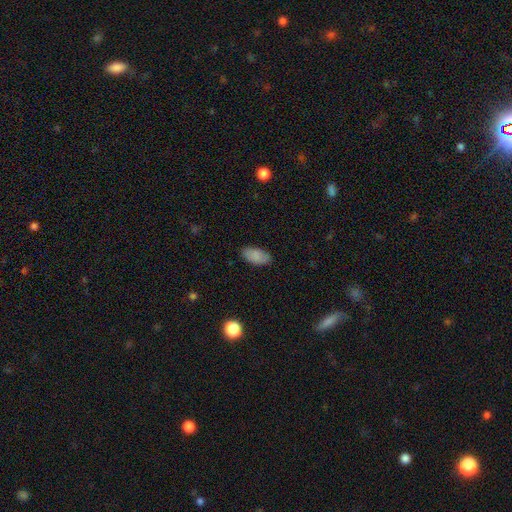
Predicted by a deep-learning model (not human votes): Smooth or featured: smooth — 87% (star or artifact — 7%)
How rounded: in between — 93% (cigar-shaped — 4%)
Merging: none — 84% (minor disturbance — 12%)